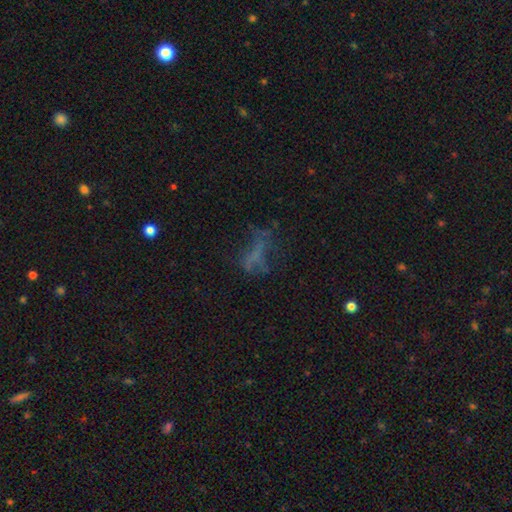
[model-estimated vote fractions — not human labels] Overall: featured or disk (36%; smooth 34%). Merging: none (42%; major disturbance 35%).